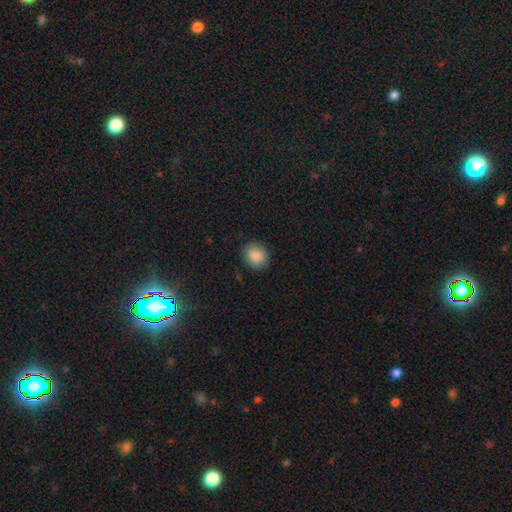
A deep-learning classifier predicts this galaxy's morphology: smooth 88%, star or artifact 8%, featured or disk 4%. Down the decision tree: how rounded — round (75%); merging — none (88%).